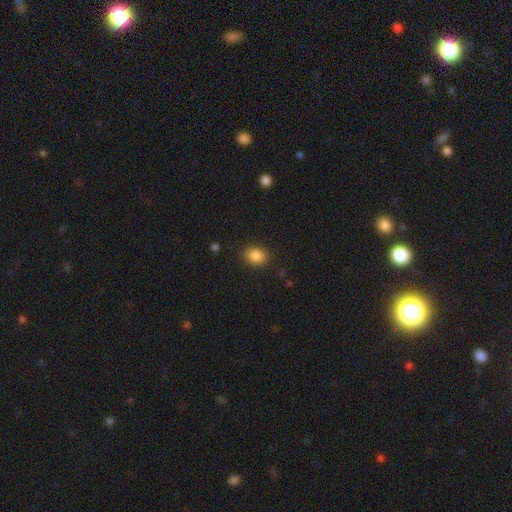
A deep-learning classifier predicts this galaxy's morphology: smooth_or_featured: smooth (p=0.86) [alt: star or artifact p=0.10]
how_rounded: in between (p=0.55) [alt: round p=0.44]
merging: none (p=0.87) [alt: minor disturbance p=0.09]